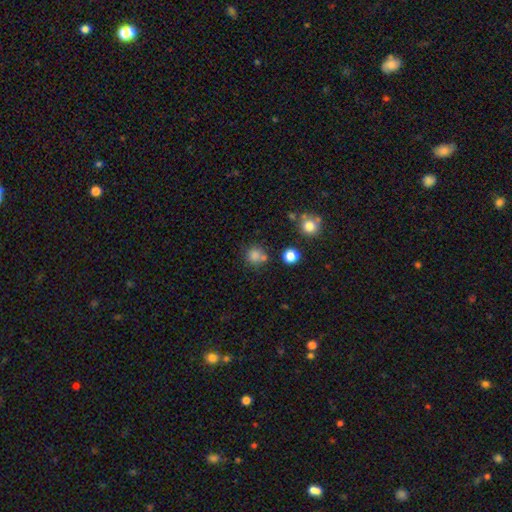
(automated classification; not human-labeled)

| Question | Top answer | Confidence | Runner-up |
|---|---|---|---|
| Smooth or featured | smooth | 79% | star or artifact (14%) |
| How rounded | round | 88% | in between (11%) |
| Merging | none | 64% | merger (19%) |